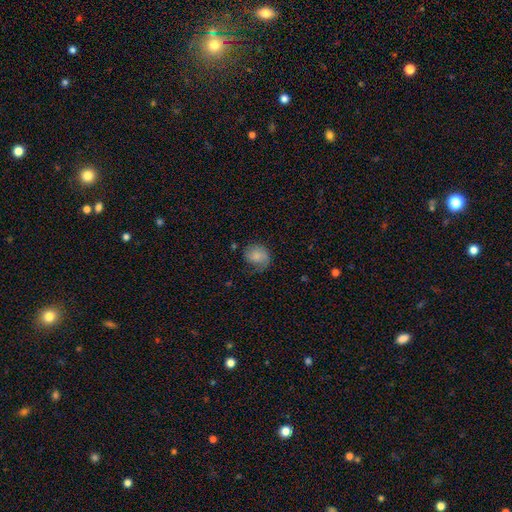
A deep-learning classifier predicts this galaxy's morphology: smooth 68%, featured or disk 24%, star or artifact 8%. Down the decision tree: how rounded — round (61%); merging — none (50%).